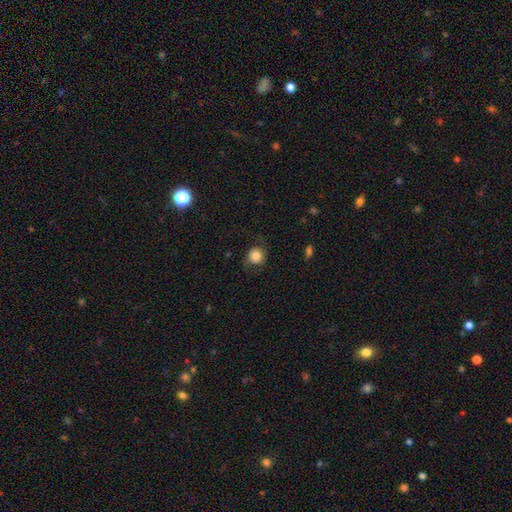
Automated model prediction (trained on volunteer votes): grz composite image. It shows a smooth galaxy with no disk features (77%) that is round (86%). Merging: none (72%).